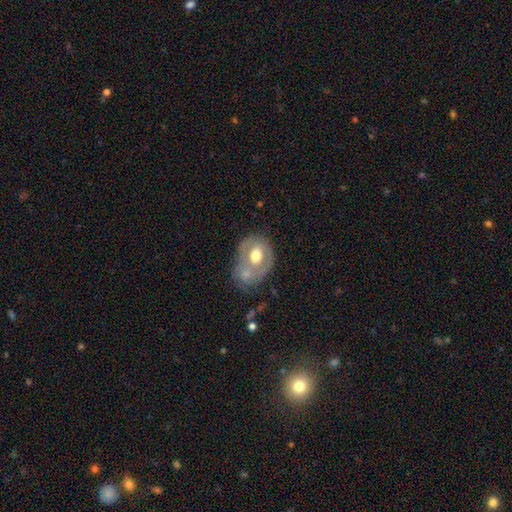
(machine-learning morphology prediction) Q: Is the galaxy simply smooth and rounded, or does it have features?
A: featured or disk — 49%.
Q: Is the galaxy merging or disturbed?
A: merger — 36%.